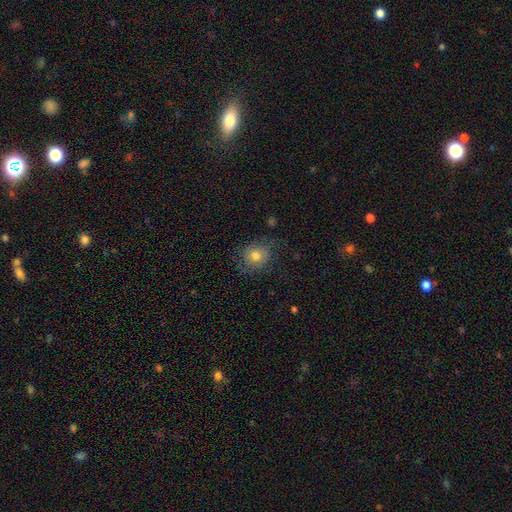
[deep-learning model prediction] Smooth or featured?
  - smooth: 68% *
  - featured or disk: 21%
  - star or artifact: 11%
How rounded?
  - round: 80% *
  - in between: 19%
  - cigar-shaped: 1%
Merging?
  - none: 70% *
  - minor disturbance: 20%
  - major disturbance: 9%
  - merger: 1%